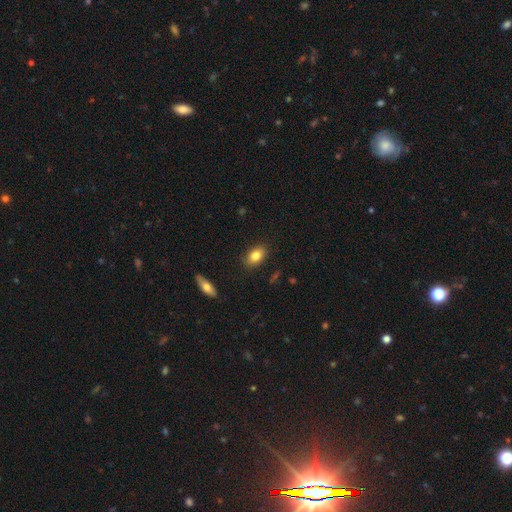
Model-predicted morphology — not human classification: smooth-or-featured: smooth: 82% | featured or disk: 10% | star or artifact: 8%
  how-rounded: in between: 85% | round: 13% | cigar-shaped: 2%
  merging: none: 85% | minor disturbance: 11% | major disturbance: 2% | merger: 1%